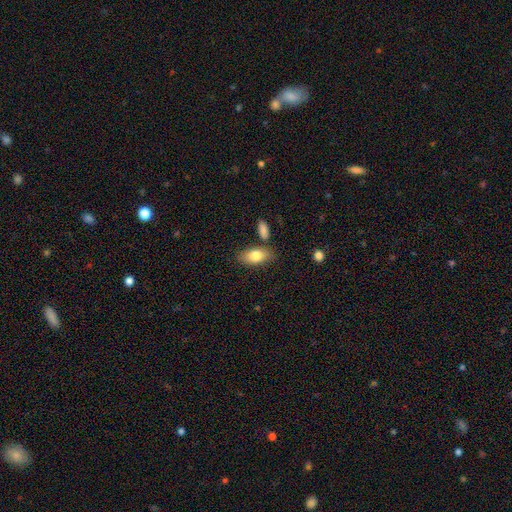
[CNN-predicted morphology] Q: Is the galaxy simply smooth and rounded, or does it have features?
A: smooth — 80%.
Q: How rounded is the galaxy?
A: in between — 90%.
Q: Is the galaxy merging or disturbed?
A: none — 74%.